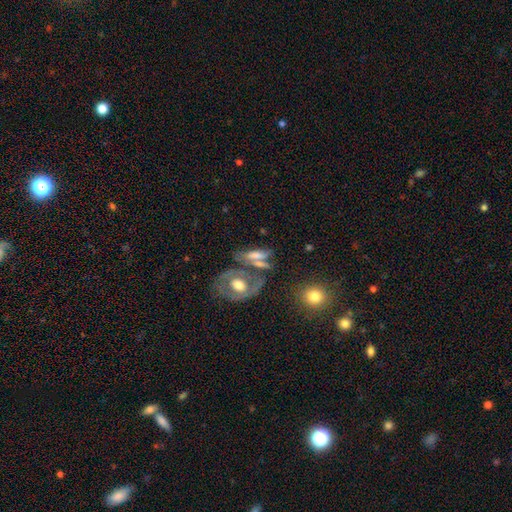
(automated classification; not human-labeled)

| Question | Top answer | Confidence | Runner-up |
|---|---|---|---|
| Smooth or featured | smooth | 47% | featured or disk (42%) |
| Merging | none | 42% | merger (31%) |